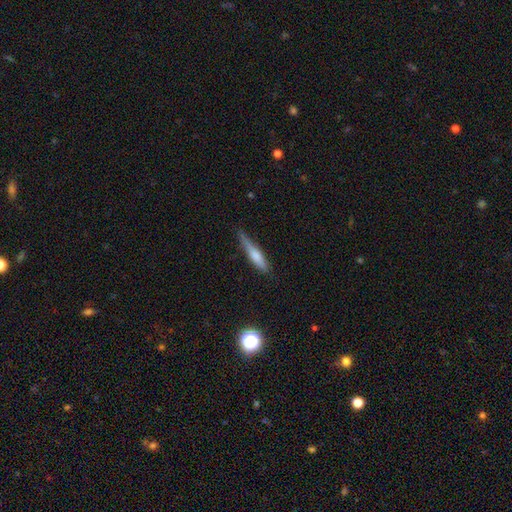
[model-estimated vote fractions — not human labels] A smooth galaxy with no disk features (65%) that is cigar-shaped (85%).

Vote fractions:
- Smooth or featured? smooth: 65% / featured or disk: 29% / star or artifact: 7%
- How rounded? cigar-shaped: 85% / in between: 13% / round: 2%
- Merging? none: 62% / minor disturbance: 30% / major disturbance: 6% / merger: 2%